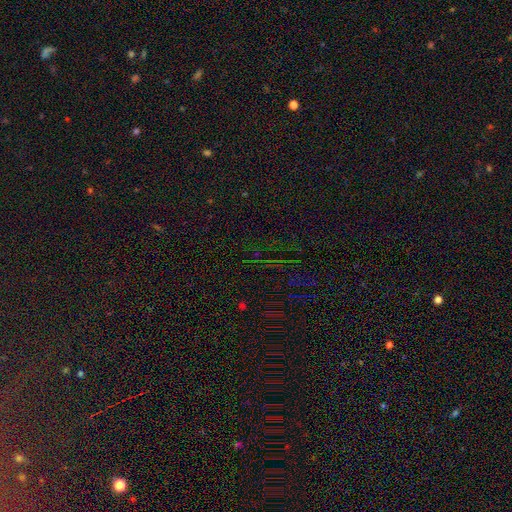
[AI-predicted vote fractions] Smooth or featured: star or artifact — 78% (smooth — 14%)